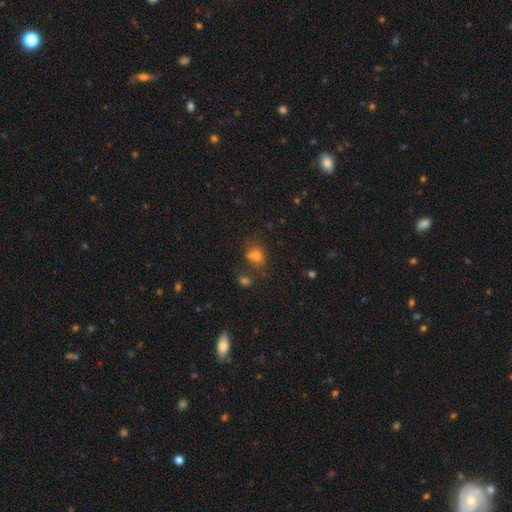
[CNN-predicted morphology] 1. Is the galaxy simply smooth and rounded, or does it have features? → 68% smooth, 21% star or artifact, 11% featured or disk.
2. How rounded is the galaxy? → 60% round, 39% in between, 1% cigar-shaped.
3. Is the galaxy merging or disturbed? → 53% none, 26% merger, 14% minor disturbance, 6% major disturbance.